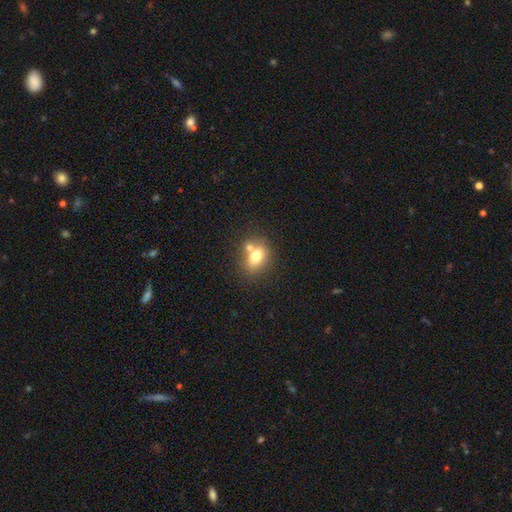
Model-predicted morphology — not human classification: Overall: smooth (72%). How rounded: in between (65%; round 32%). Merging: none (50%; merger 33%).